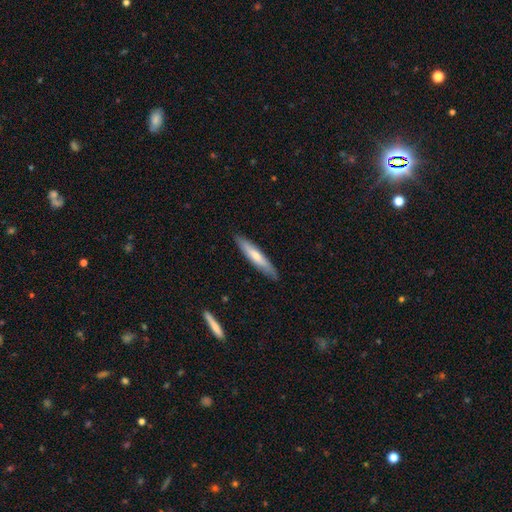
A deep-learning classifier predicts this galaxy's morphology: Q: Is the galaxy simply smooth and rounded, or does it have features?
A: smooth — 58%.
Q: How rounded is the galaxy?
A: cigar-shaped — 87%.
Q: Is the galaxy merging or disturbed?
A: none — 85%.